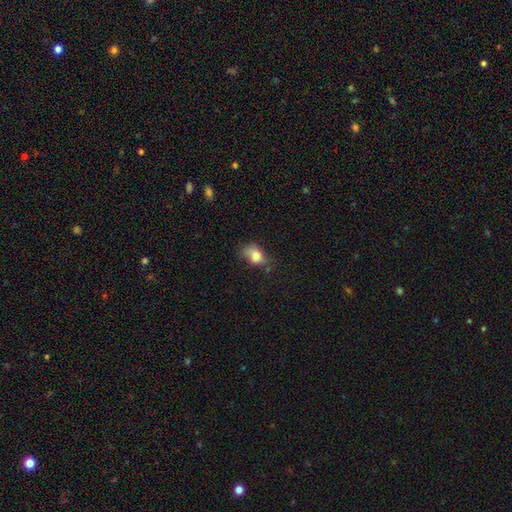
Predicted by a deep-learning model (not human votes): Smooth or featured: smooth — 79% (featured or disk — 12%)
How rounded: in between — 75% (round — 23%)
Merging: none — 40% (minor disturbance — 37%)